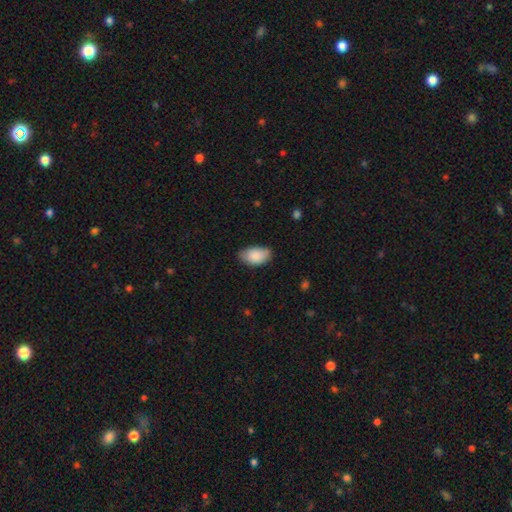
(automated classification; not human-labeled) A smooth galaxy with no disk features (88%) that is in between round and cigar-shaped (94%).

Vote fractions:
- Smooth or featured? smooth: 88% / featured or disk: 6% / star or artifact: 6%
- How rounded? in between: 94% / round: 4% / cigar-shaped: 2%
- Merging? none: 72% / minor disturbance: 23% / major disturbance: 3% / merger: 1%